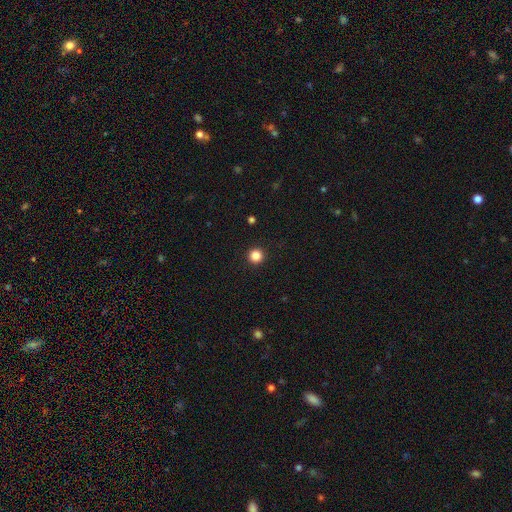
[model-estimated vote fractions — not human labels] Morphology: type=smooth (86%); roundness=round (96%); merging=none (94%).